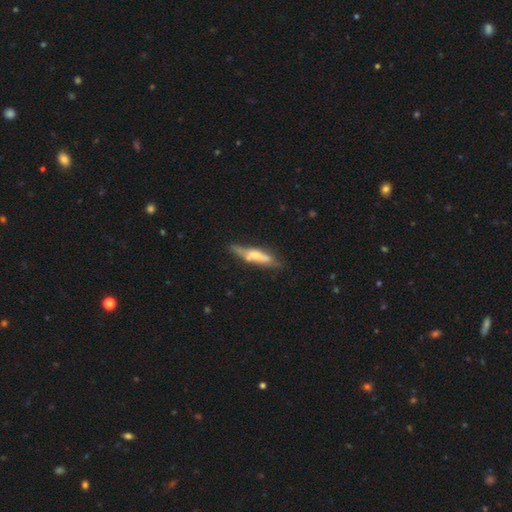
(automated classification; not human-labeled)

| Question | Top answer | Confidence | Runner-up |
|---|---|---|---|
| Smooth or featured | smooth | 53% | featured or disk (40%) |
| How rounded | cigar-shaped | 77% | in between (21%) |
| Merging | none | 60% | minor disturbance (25%) |